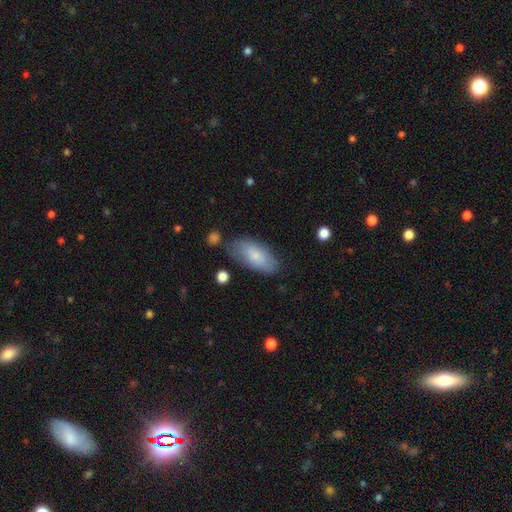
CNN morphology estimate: type=smooth (77%); roundness=in between (91%); merging=none (71%).